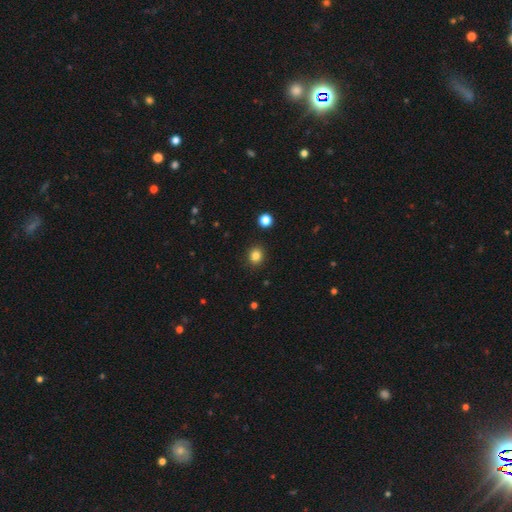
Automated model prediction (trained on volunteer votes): Smooth or featured? Predicted: smooth (p=0.84). How rounded? Predicted: round (p=0.77). Merging? Predicted: none (p=0.91).